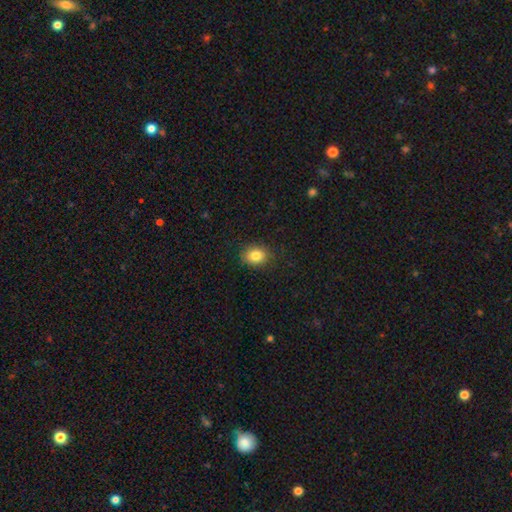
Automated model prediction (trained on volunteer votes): This is clearly a smooth galaxy (84%). How rounded: possibly in between (51%). Merging: clearly none (86%).